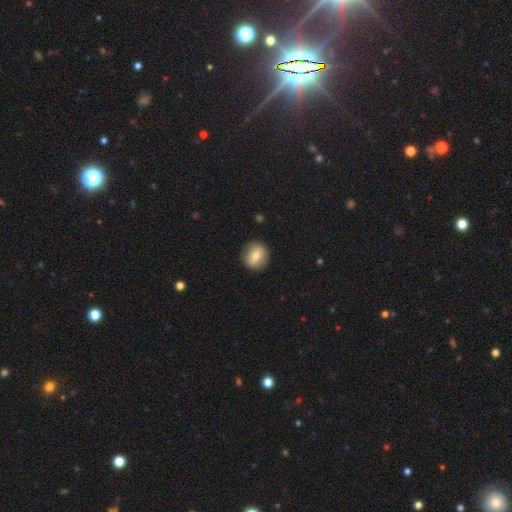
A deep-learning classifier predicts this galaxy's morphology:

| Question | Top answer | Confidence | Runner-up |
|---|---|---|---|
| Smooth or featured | smooth | 65% | featured or disk (27%) |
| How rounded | round | 86% | in between (13%) |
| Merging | none | 87% | minor disturbance (9%) |